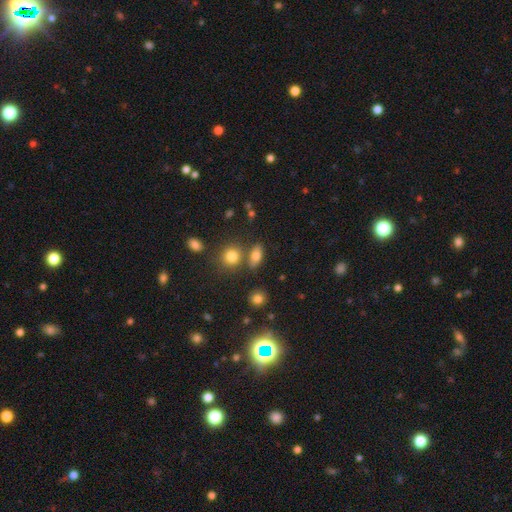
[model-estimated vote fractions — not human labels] Smooth or featured? smooth (76%)
How rounded? in between (75%)
Merging? none (70%)